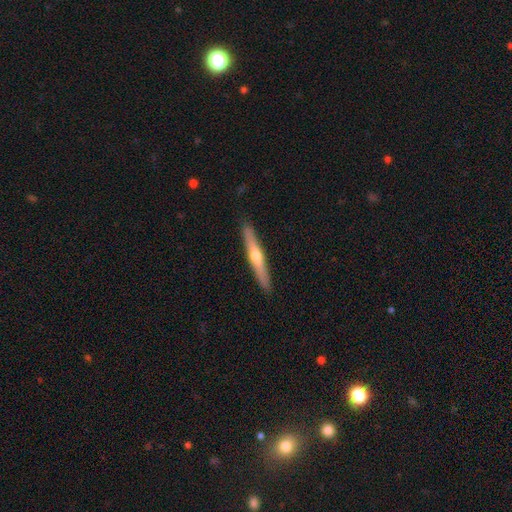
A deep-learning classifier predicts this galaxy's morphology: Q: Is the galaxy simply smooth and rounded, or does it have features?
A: featured or disk — 58%.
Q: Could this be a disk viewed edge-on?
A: yes — 95%.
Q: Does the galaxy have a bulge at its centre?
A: rounded — 85%.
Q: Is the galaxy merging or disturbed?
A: none — 91%.